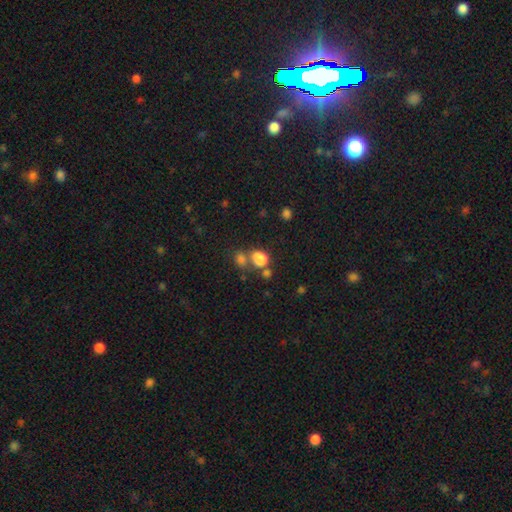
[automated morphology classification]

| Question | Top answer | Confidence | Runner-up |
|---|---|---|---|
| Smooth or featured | smooth | 63% | star or artifact (28%) |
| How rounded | round | 66% | in between (33%) |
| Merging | none | 54% | merger (32%) |